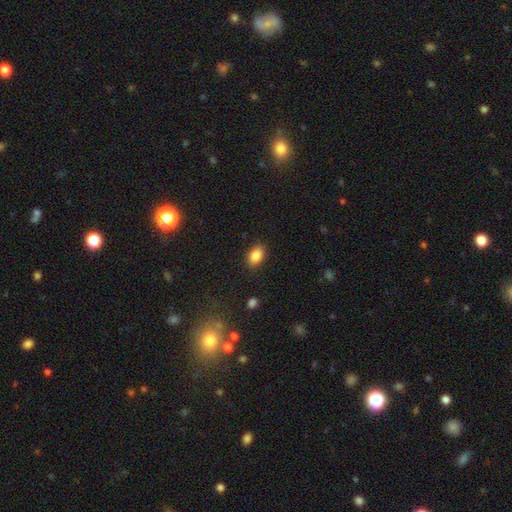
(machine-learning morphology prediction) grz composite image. It shows a smooth galaxy with no disk features (86%) that is in between round and cigar-shaped (84%). Merging: none (87%).